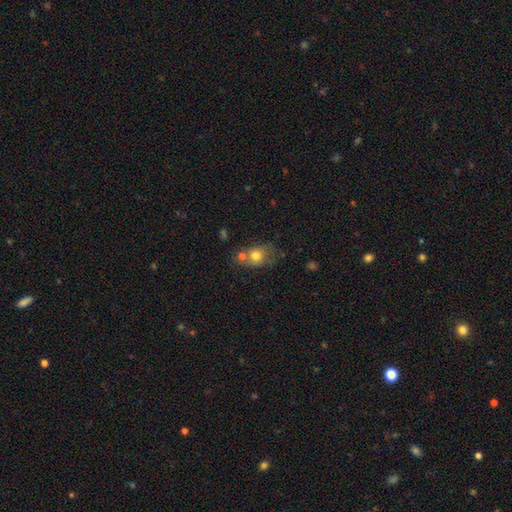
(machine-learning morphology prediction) Smooth or featured? smooth (72%)
How rounded? in between (53%)
Merging? none (40%)